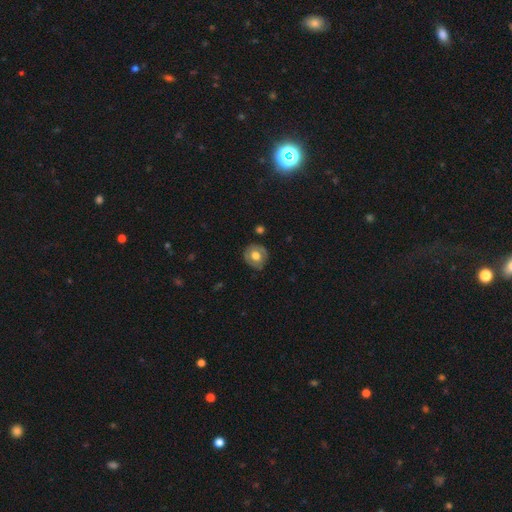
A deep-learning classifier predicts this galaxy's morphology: Smooth or featured? smooth (55%)
How rounded? round (81%)
Merging? none (80%)